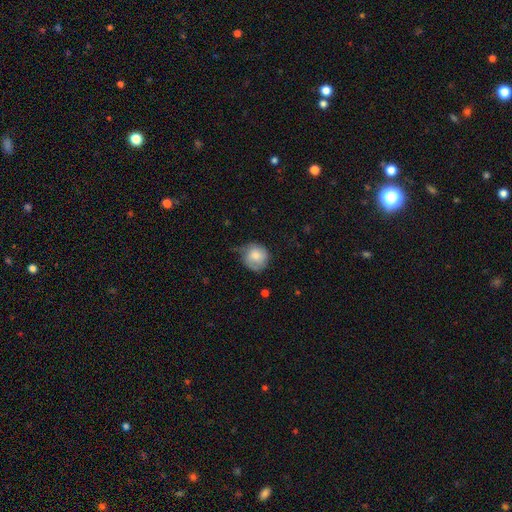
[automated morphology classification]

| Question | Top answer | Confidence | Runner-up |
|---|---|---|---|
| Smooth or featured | smooth | 75% | featured or disk (19%) |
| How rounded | round | 85% | in between (14%) |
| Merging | none | 46% | minor disturbance (38%) |